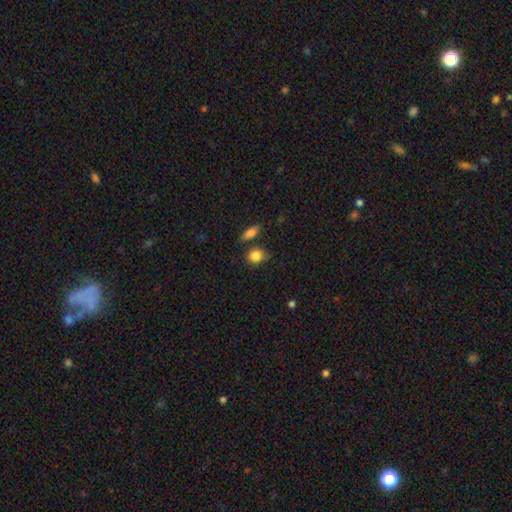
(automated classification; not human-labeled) smooth_or_featured: smooth (p=0.85) [alt: star or artifact p=0.09]
how_rounded: round (p=0.71) [alt: in between p=0.27]
merging: none (p=0.73) [alt: minor disturbance p=0.15]